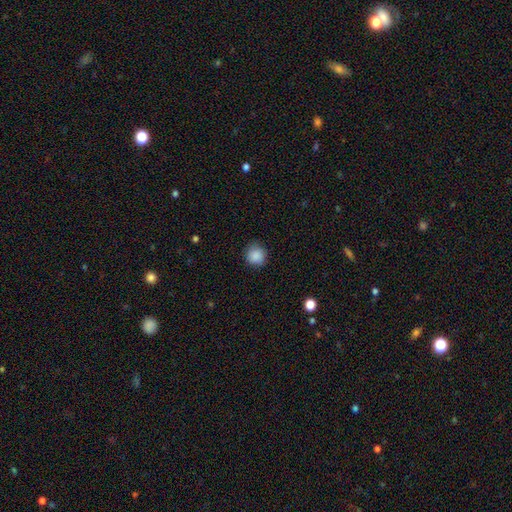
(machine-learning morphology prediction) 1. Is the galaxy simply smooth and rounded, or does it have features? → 88% smooth, 9% star or artifact, 3% featured or disk.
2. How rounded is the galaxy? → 93% round, 6% in between, 1% cigar-shaped.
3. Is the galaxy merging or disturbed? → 87% none, 10% minor disturbance, 2% major disturbance, 1% merger.